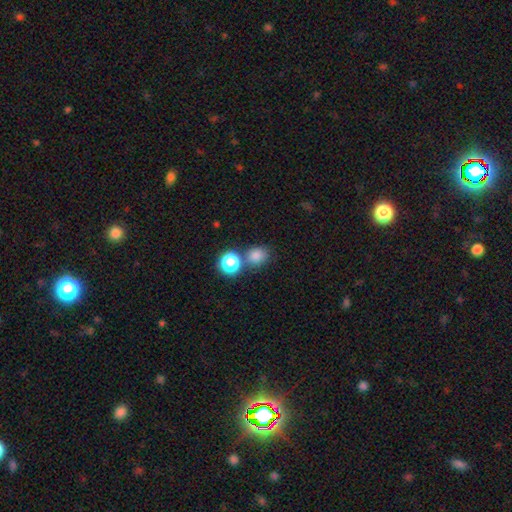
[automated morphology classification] This appears to be a smooth galaxy with no disk features (78%) that is round (72%). Merging: none (66%).